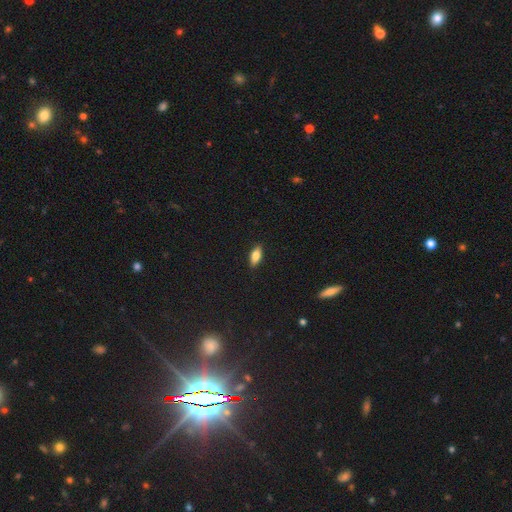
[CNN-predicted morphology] smooth 77%, featured or disk 15%, star or artifact 8%. Down the decision tree: how rounded — in between (82%); merging — none (88%).